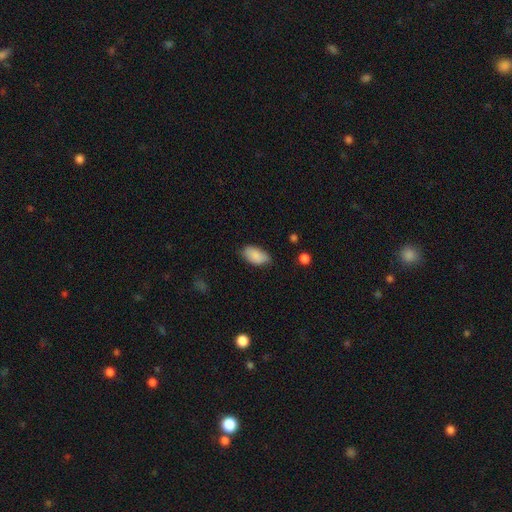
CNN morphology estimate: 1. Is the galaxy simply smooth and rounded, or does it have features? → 86% smooth, 7% star or artifact, 7% featured or disk.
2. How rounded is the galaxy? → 94% in between, 4% round, 2% cigar-shaped.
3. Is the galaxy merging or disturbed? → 70% none, 25% minor disturbance, 4% major disturbance, 1% merger.